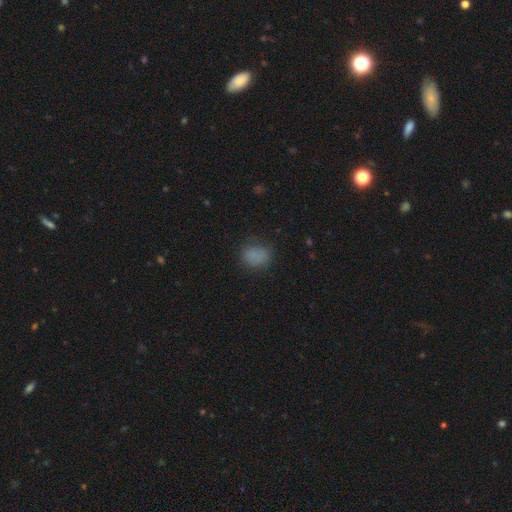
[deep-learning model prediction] Smooth or featured?
  - smooth: 79% *
  - star or artifact: 14%
  - featured or disk: 8%
How rounded?
  - round: 57% *
  - in between: 42%
  - cigar-shaped: 1%
Merging?
  - none: 72% *
  - minor disturbance: 19%
  - major disturbance: 7%
  - merger: 2%